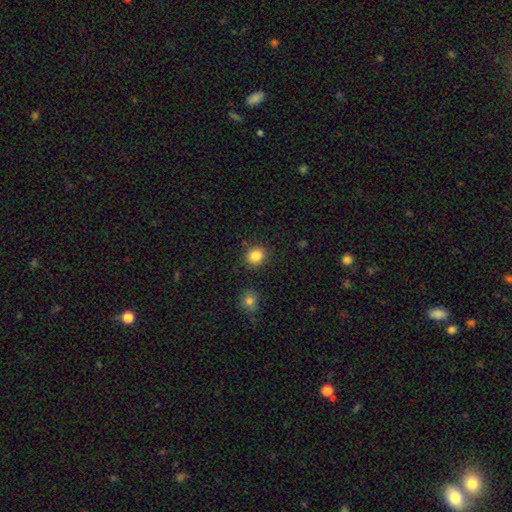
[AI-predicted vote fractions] A smooth galaxy with no disk features (86%) that is round (75%). Merging: none (85%).